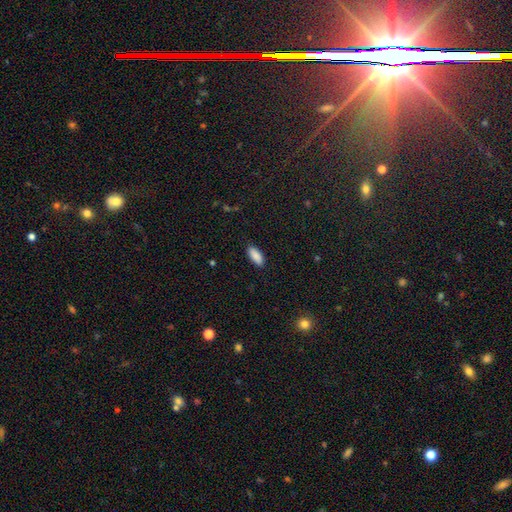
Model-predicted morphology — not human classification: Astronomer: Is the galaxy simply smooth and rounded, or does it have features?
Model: smooth — 90%.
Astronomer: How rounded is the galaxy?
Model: in between — 82%.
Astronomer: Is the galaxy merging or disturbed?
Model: none — 88%.